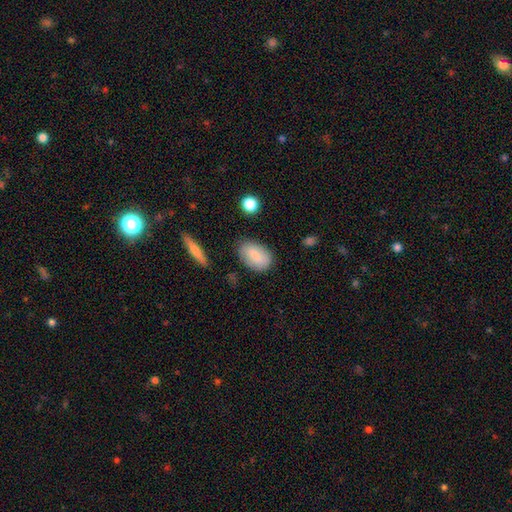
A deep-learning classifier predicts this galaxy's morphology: This is clearly a smooth galaxy (81%). How rounded: clearly in between (89%). Merging: likely none (78%).